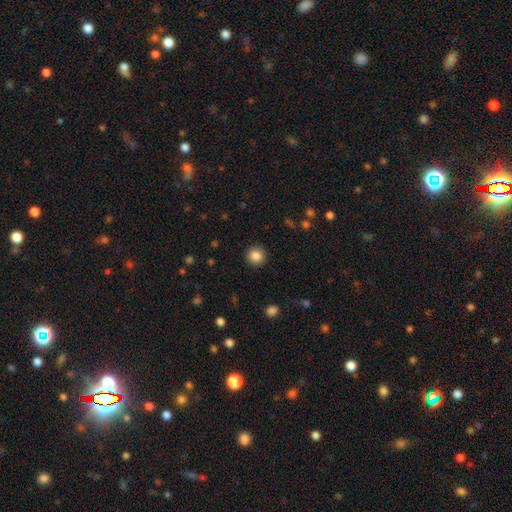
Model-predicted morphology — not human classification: A smooth galaxy with no disk features (86%) that is round (93%). Merging: none (91%).